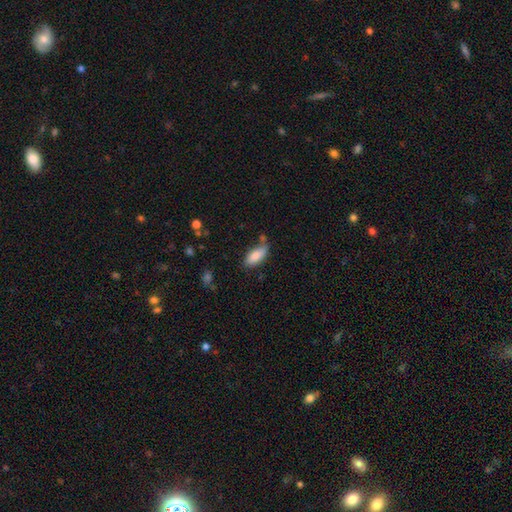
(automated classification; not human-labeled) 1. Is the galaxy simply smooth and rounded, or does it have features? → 86% smooth, 7% featured or disk, 7% star or artifact.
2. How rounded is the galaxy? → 83% in between, 15% cigar-shaped, 2% round.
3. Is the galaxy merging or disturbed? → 62% none, 25% minor disturbance, 7% merger, 6% major disturbance.